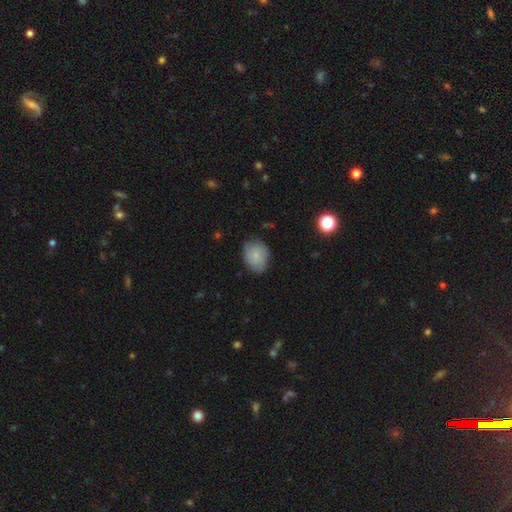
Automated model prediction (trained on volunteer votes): Morphology: type=smooth (78%); roundness=in between (59%); merging=none (72%).